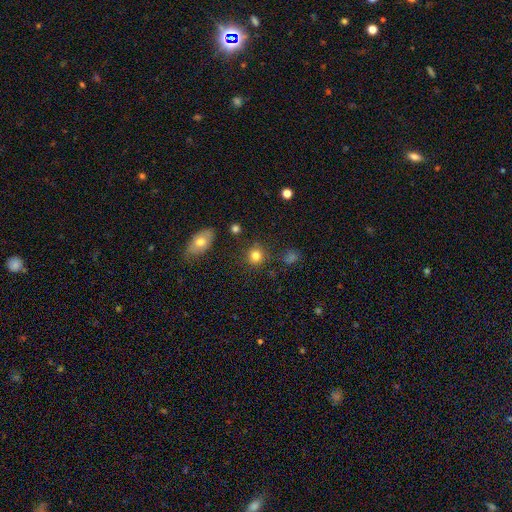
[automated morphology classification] This is clearly a smooth galaxy (82%). How rounded: clearly round (88%). Merging: clearly none (85%).